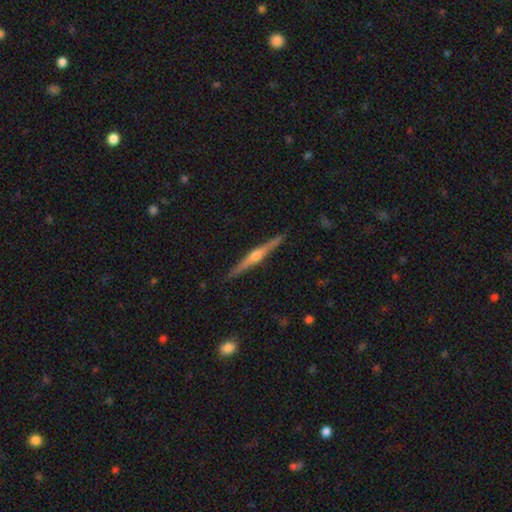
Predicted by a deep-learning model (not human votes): Overall: featured or disk (83%). Edge-on disk: yes (99%). Edge-on bulge: rounded (93%). Merging: none (92%).